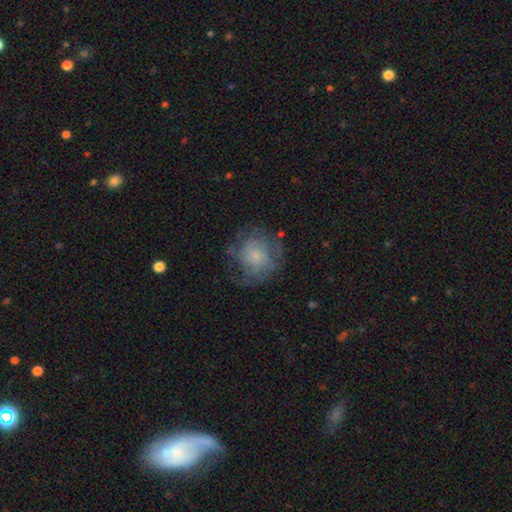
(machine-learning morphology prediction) Overall: featured or disk (50%; smooth 40%). Merging: none (62%).